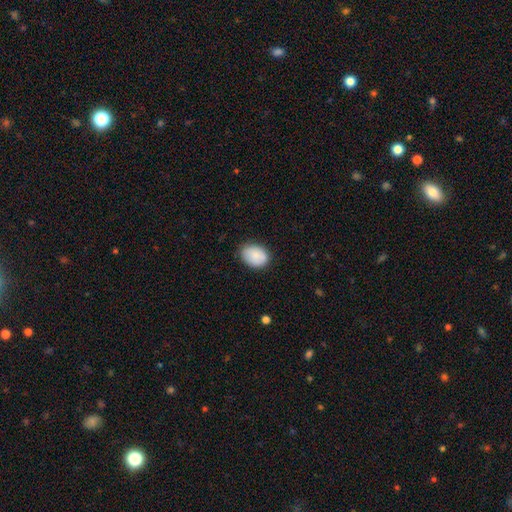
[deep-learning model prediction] Morphology: type=smooth (83%); roundness=in between (74%); merging=none (77%).